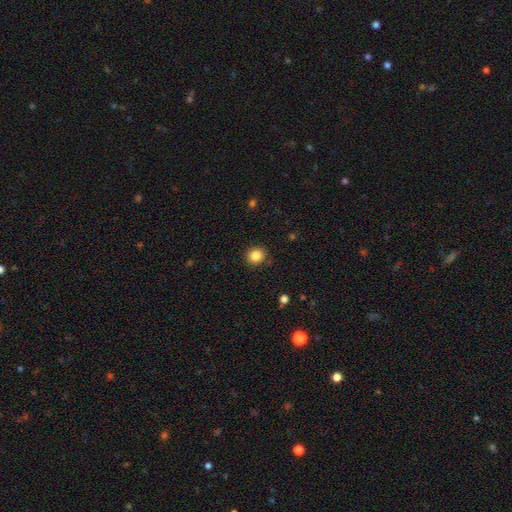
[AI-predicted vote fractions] A smooth galaxy with no disk features (85%) that is round (85%). Merging: none (89%).